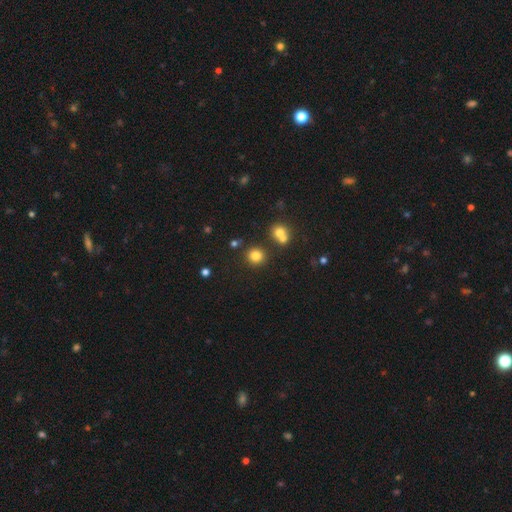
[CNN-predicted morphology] Smooth or featured? Predicted: smooth (p=0.80). How rounded? Predicted: round (p=0.89). Merging? Predicted: none (p=0.80).